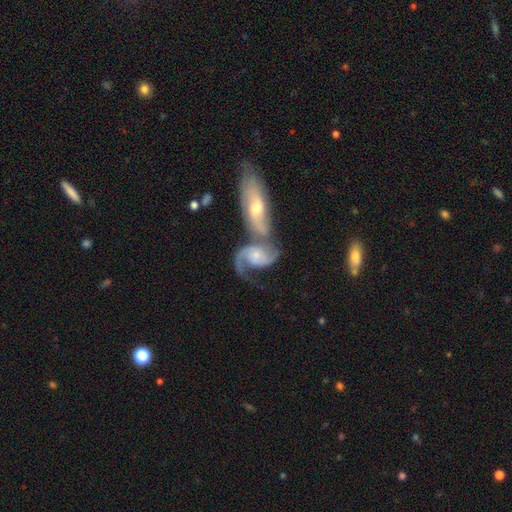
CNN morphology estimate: The model was most divided on "spiral winding": medium: 43%, loose: 42%, tight: 15%. Remaining: edge-on disk — no (96%); spiral arms — yes (94%); smooth or featured — featured or disk (81%); spiral arm count — 2 (76%); merging — merger (70%); bar — no (58%); bulge size — small (49%).